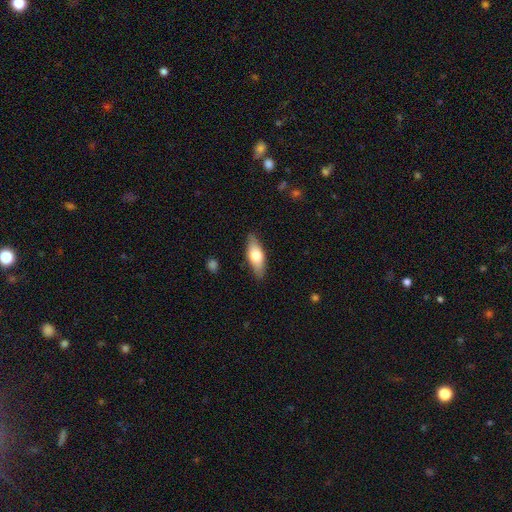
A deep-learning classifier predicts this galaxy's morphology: A smooth galaxy with no disk features (66%) that is in between round and cigar-shaped (71%).

Vote fractions:
- Smooth or featured? smooth: 66% / featured or disk: 28% / star or artifact: 6%
- How rounded? in between: 71% / cigar-shaped: 26% / round: 3%
- Merging? none: 84% / minor disturbance: 13% / major disturbance: 2% / merger: 1%